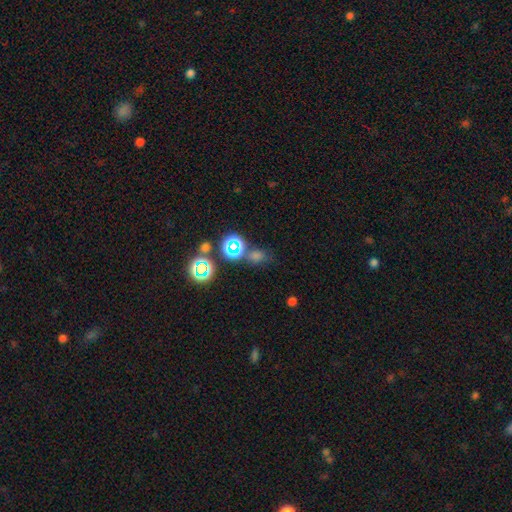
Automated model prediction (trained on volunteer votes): A smooth galaxy with no disk features (55%) that is round (57%).

Vote fractions:
- Smooth or featured? smooth: 55% / star or artifact: 36% / featured or disk: 9%
- How rounded? round: 57% / in between: 41% / cigar-shaped: 2%
- Merging? none: 62% / merger: 16% / minor disturbance: 14% / major disturbance: 7%